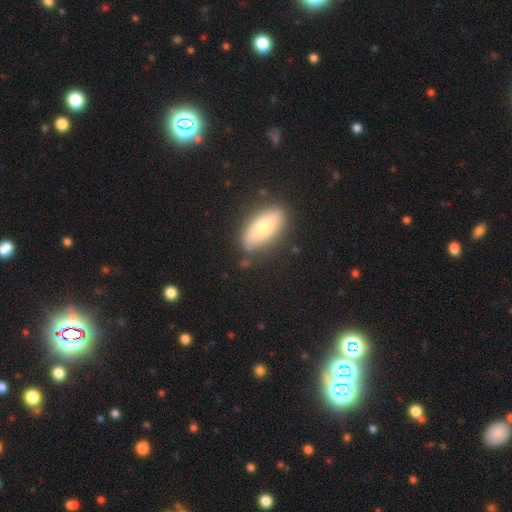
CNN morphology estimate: Q: Smooth or featured?
A: smooth (65%); runner-up: featured or disk (20%)
Q: How rounded?
A: in between (78%); runner-up: cigar-shaped (17%)
Q: Merging?
A: none (83%); runner-up: minor disturbance (12%)